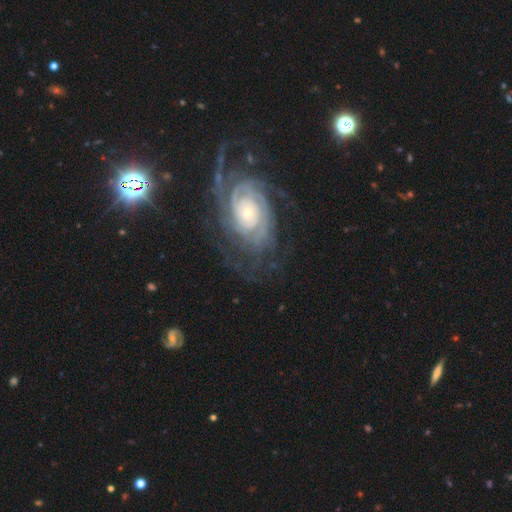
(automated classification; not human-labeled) This is clearly a featured or disk galaxy (84%). It is clearly not viewed edge-on (96%). Bar: likely no (66%). Spiral arm pattern: clearly yes (96%). Spiral arm count: marginally can't tell (32%). Spiral winding: likely tight (63%). Central bulge: possibly moderate (53%). Merging: likely none (72%).